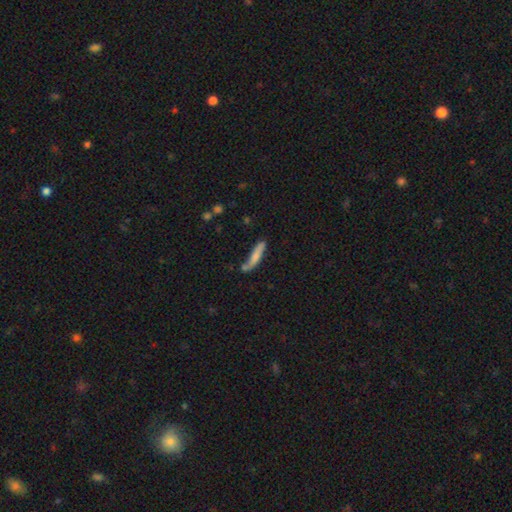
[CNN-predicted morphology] This appears to be a smooth galaxy with no disk features (66%) that is cigar-shaped (85%). Merging: none (55%).